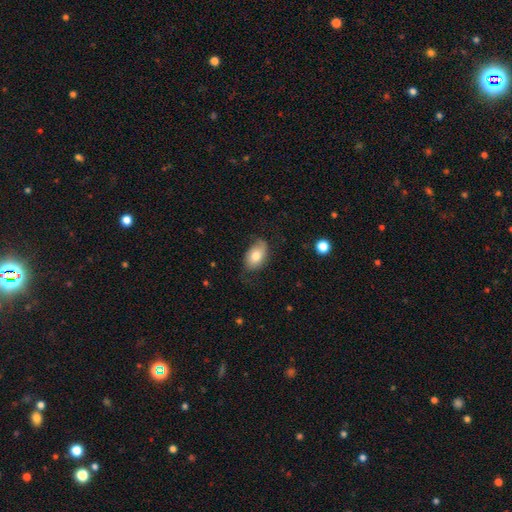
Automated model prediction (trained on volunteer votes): Overall: smooth (71%). How rounded: in between (88%). Merging: none (62%; minor disturbance 28%).